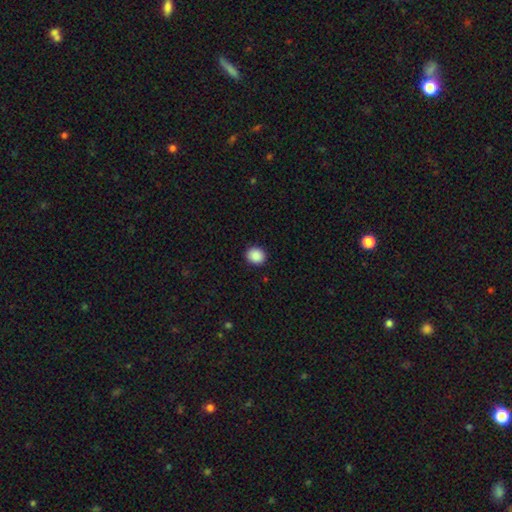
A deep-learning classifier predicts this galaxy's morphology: Smooth or featured? Predicted: smooth (p=0.88). How rounded? Predicted: round (p=0.78). Merging? Predicted: none (p=0.91).